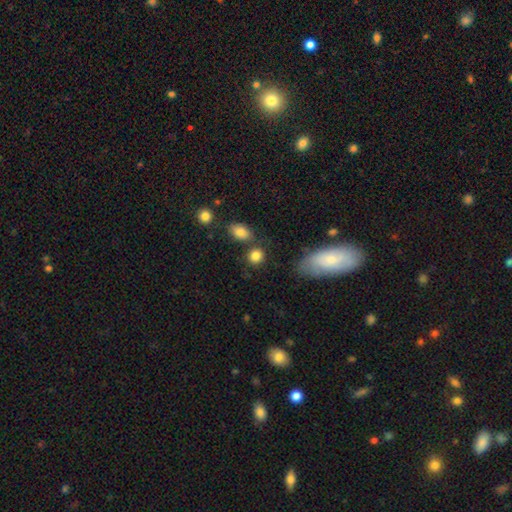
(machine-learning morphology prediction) A smooth galaxy with no disk features (86%) that is round (75%). Merging: none (72%).